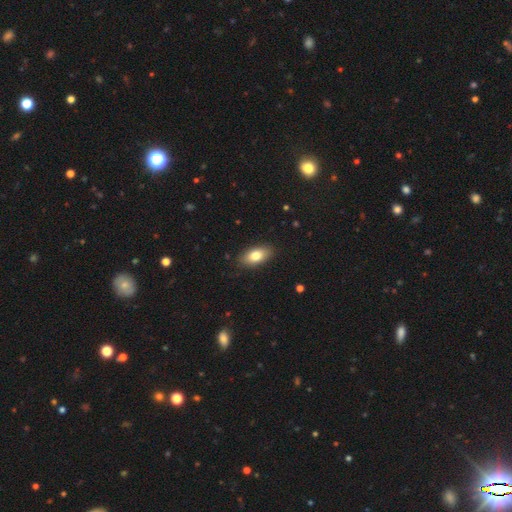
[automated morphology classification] This appears to be a smooth galaxy with no disk features (80%) that is in between round and cigar-shaped (90%). Merging: none (87%).